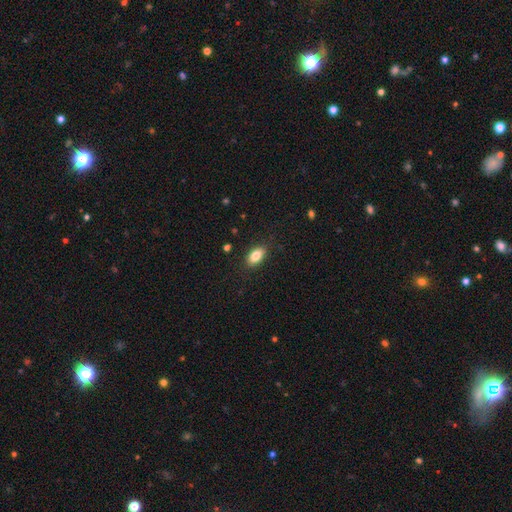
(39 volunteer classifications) smooth_or_featured: smooth (p=0.85) [alt: star or artifact p=0.10]
how_rounded: in between (p=0.88) [alt: round p=0.09]
merging: none (p=0.80) [alt: minor disturbance p=0.20]